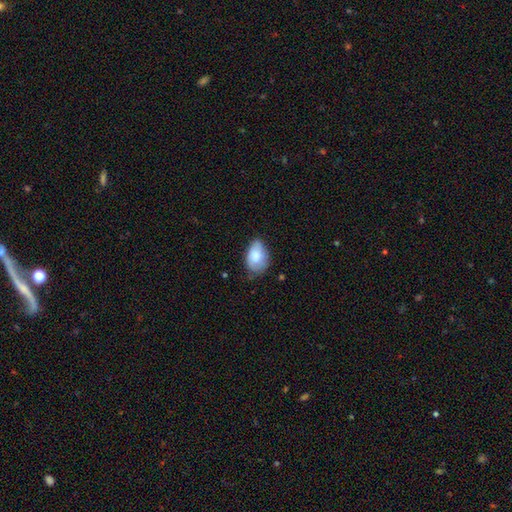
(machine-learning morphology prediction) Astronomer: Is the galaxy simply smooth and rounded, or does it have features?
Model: smooth — 80%.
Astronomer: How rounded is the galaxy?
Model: in between — 88%.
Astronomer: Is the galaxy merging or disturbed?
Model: none — 53% (runner-up: minor disturbance, 37%).